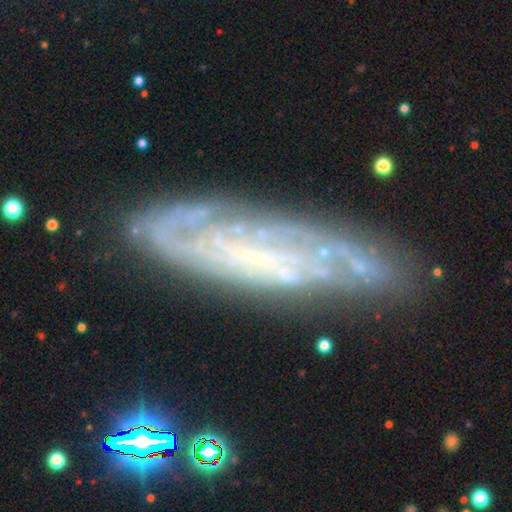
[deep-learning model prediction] Q: Smooth or featured?
A: featured or disk (75%); runner-up: smooth (15%)
Q: Edge-on disk?
A: no (73%); runner-up: yes (27%)
Q: Bar?
A: no (49%); runner-up: weak (31%)
Q: Spiral arms?
A: yes (85%); runner-up: no (15%)
Q: Bulge size?
A: small (42%); runner-up: none (41%)
Q: Merging?
A: none (74%); runner-up: minor disturbance (18%)